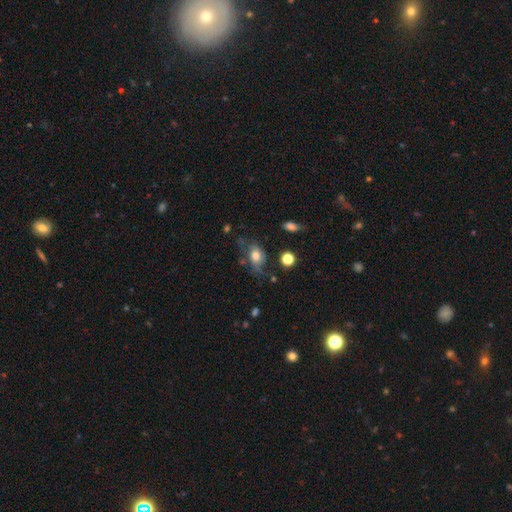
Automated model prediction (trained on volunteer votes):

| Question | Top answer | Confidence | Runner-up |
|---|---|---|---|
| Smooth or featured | smooth | 65% | featured or disk (25%) |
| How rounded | in between | 76% | round (22%) |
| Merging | none | 47% | minor disturbance (30%) |